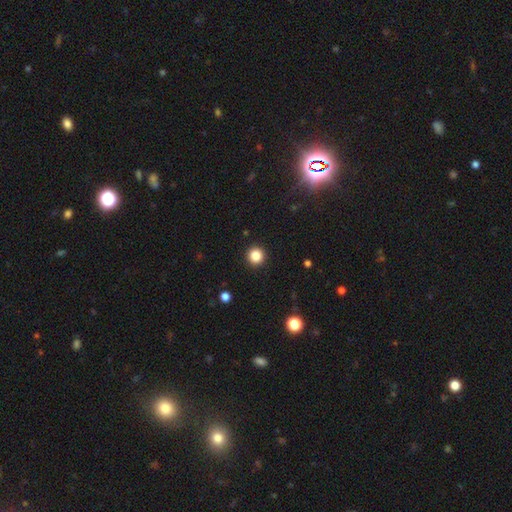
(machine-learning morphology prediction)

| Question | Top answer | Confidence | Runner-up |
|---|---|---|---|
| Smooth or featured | smooth | 85% | star or artifact (11%) |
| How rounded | round | 95% | in between (4%) |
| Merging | none | 93% | minor disturbance (4%) |